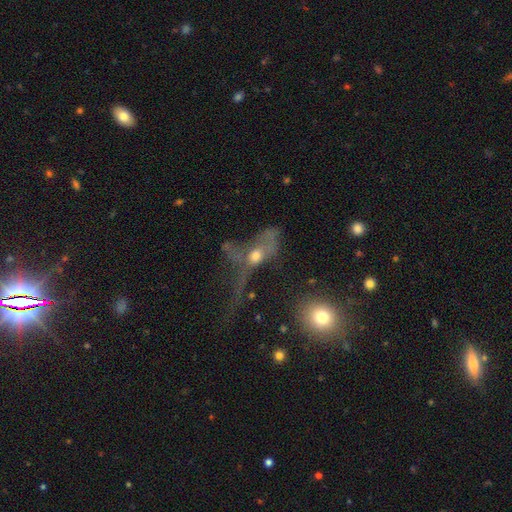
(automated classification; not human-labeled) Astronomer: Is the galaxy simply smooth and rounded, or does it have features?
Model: featured or disk — 43% (runner-up: smooth, 39%).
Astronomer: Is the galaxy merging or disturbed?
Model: major disturbance — 51%.